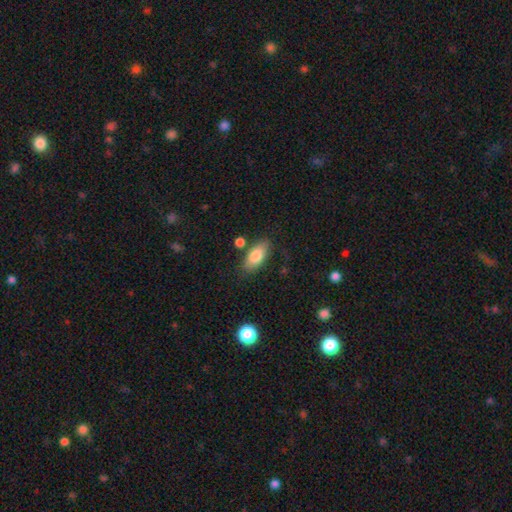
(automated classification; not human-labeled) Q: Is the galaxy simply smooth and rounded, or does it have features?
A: smooth — 80%.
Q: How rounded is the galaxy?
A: in between — 88%.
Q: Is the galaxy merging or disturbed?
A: none — 77%.